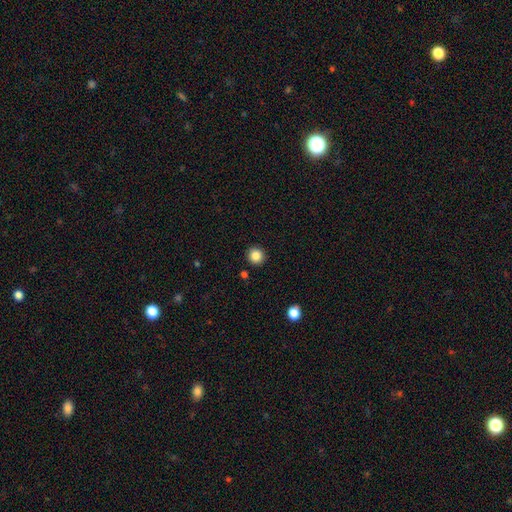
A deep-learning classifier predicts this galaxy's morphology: smooth 85%, star or artifact 11%, featured or disk 5%. Down the decision tree: how rounded — round (93%); merging — none (91%).